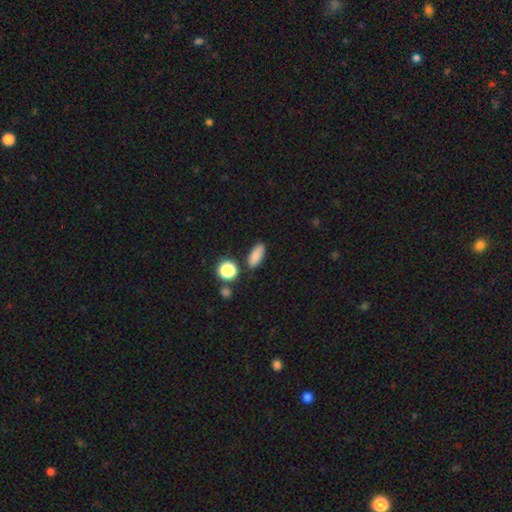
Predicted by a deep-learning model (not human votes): The model was most divided on "how rounded": in between: 76%, cigar-shaped: 16%, round: 8%. More confident: smooth or featured — smooth (84%); merging — none (83%).